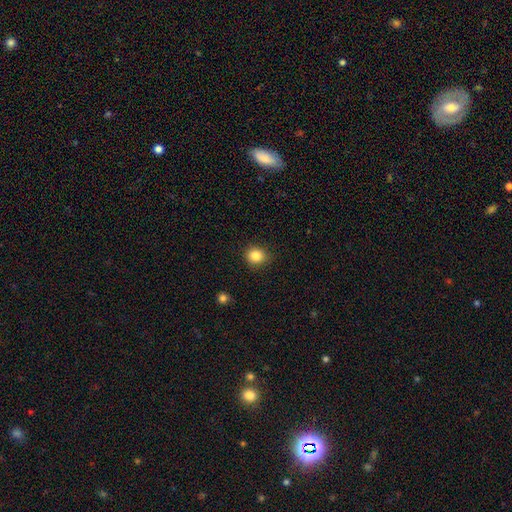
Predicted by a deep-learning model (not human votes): This appears to be a smooth galaxy with no disk features (84%) that is round (81%). Merging: none (88%).